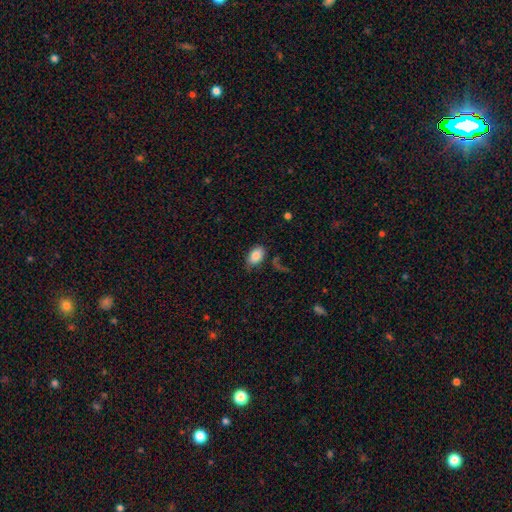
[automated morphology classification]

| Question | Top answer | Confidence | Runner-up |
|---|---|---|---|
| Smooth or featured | smooth | 84% | featured or disk (8%) |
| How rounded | in between | 87% | round (11%) |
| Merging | none | 69% | minor disturbance (21%) |